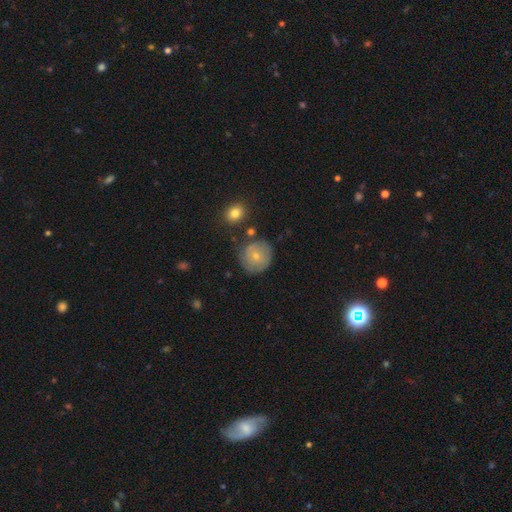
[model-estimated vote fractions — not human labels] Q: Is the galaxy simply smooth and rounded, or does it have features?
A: smooth — 62%.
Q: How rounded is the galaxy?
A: round — 88%.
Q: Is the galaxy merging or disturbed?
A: none — 71%.